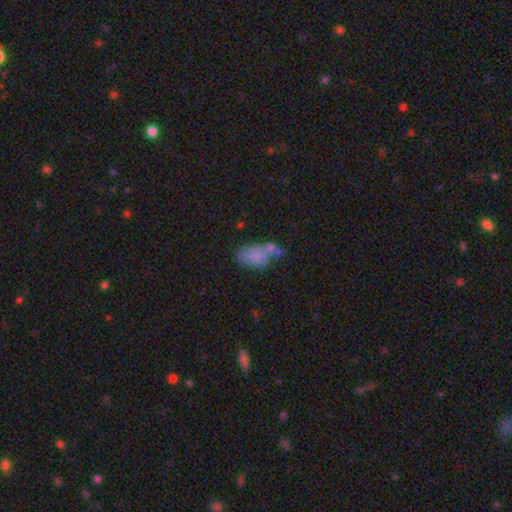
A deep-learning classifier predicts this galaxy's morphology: The model was most divided on "merging": none: 35%, merger: 28%, minor disturbance: 22%, major disturbance: 14%. More confident: how rounded — in between (90%); smooth or featured — smooth (72%).